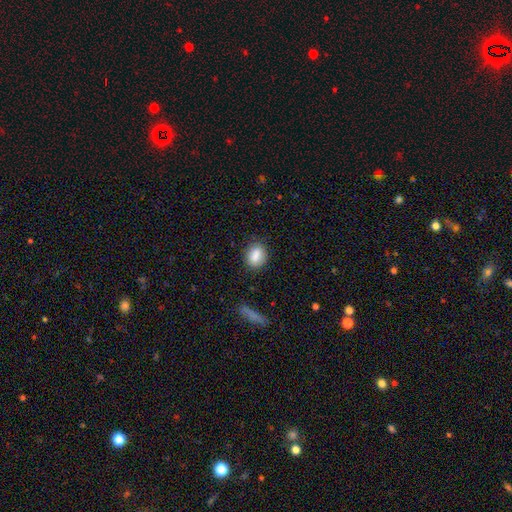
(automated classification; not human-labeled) A smooth galaxy with no disk features (85%) that is in between round and cigar-shaped (64%). Merging: none (81%).